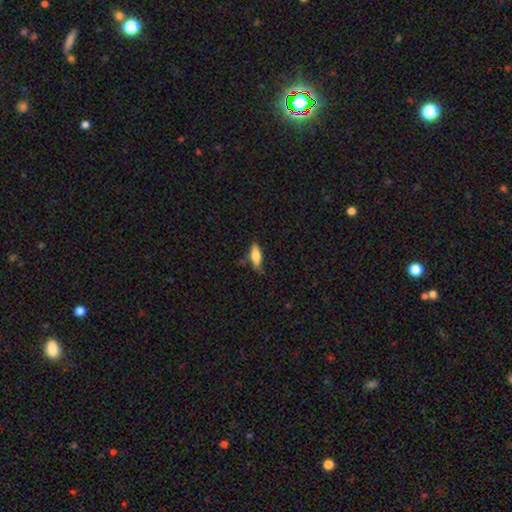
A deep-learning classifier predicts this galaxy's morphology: Smooth or featured? smooth (72%)
How rounded? in between (71%)
Merging? none (59%)